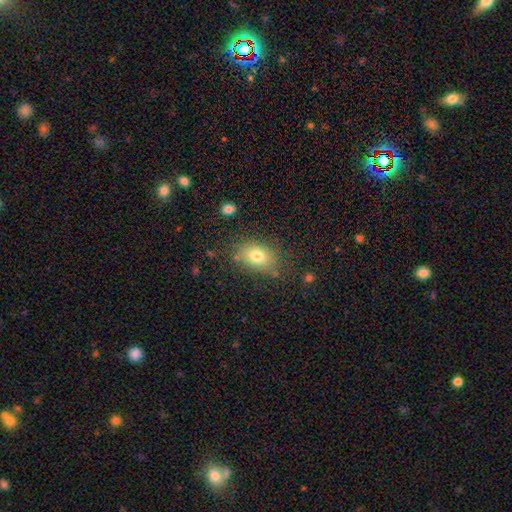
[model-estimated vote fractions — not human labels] Overall: smooth (77%). How rounded: in between (73%). Merging: none (80%).